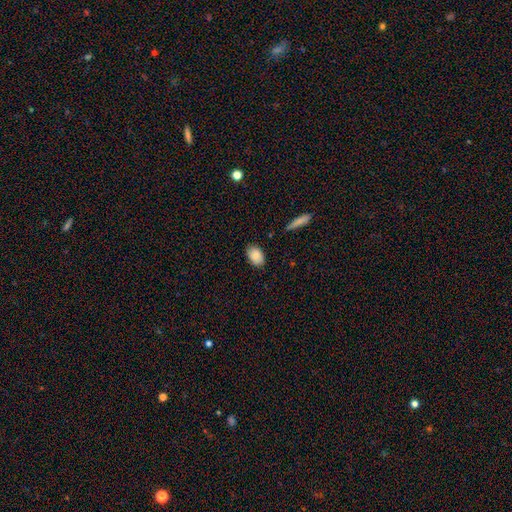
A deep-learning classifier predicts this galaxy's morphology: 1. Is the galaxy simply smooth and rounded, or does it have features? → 84% smooth, 9% featured or disk, 7% star or artifact.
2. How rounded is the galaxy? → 88% in between, 10% round, 2% cigar-shaped.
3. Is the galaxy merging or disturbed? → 84% none, 13% minor disturbance, 2% major disturbance, 2% merger.